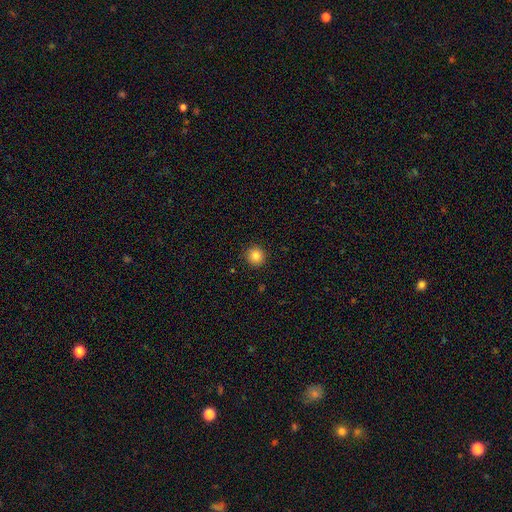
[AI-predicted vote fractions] The model was most divided on "smooth or featured": smooth: 83%, star or artifact: 11%, featured or disk: 6%. More confident: how rounded — round (94%); merging — none (92%).